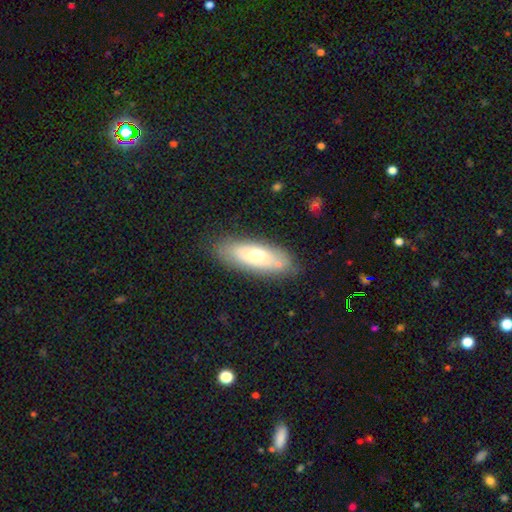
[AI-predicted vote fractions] This appears to be a smooth galaxy with no disk features (59%) that is in between round and cigar-shaped (71%). Merging: none (79%).